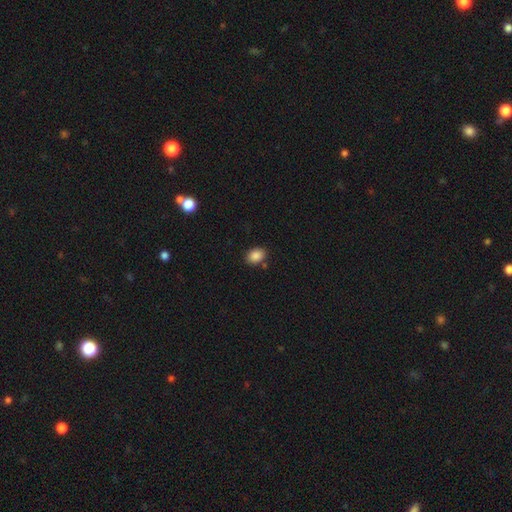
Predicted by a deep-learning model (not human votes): A smooth galaxy with no disk features (87%) that is in between round and cigar-shaped (67%). Merging: none (81%).